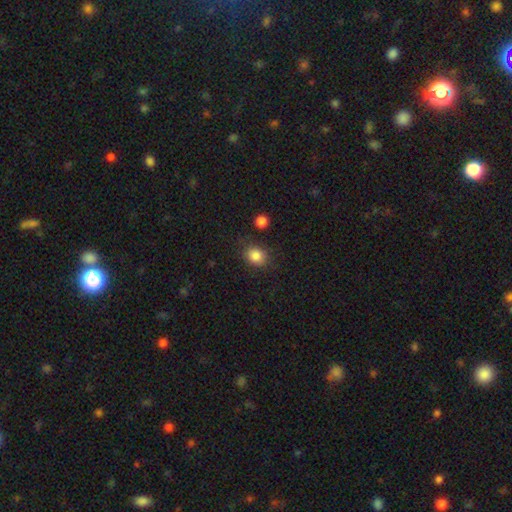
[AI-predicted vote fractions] The model was most divided on "how rounded": round: 56%, in between: 43%, cigar-shaped: 1%. More confident: smooth or featured — smooth (84%); merging — none (78%).